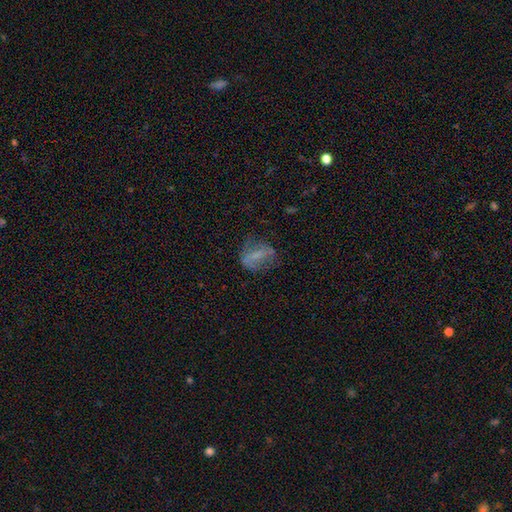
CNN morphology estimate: This appears to be a featured or disk galaxy (45%). Merging: none (52%).